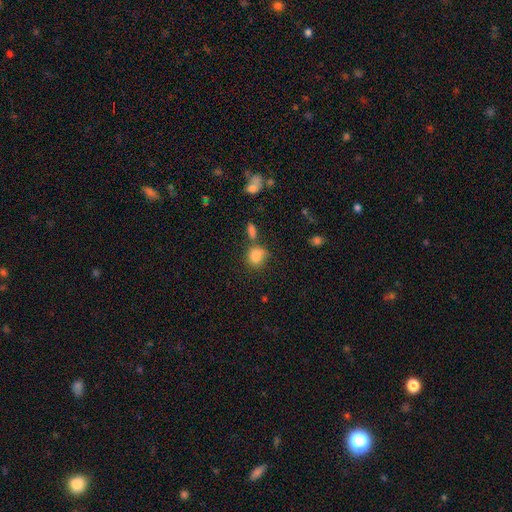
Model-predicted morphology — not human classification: This is clearly a smooth galaxy (82%). How rounded: likely round (74%). Merging: possibly none (56%).